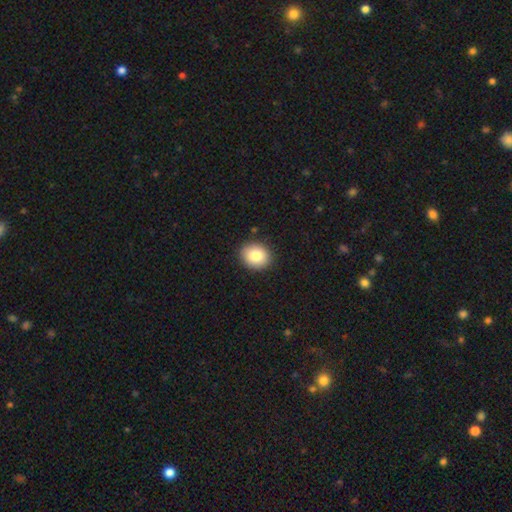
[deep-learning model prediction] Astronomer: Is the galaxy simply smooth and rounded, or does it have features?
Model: smooth — 83%.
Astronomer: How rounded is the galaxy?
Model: round — 66%.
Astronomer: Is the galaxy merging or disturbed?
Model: none — 90%.